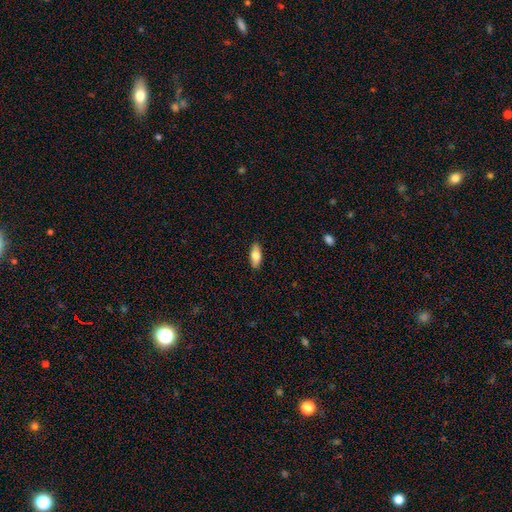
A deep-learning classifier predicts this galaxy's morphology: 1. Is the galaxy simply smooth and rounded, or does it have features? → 74% smooth, 19% featured or disk, 6% star or artifact.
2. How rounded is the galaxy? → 76% in between, 21% cigar-shaped, 2% round.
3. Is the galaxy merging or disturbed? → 89% none, 8% minor disturbance, 2% major disturbance, 1% merger.